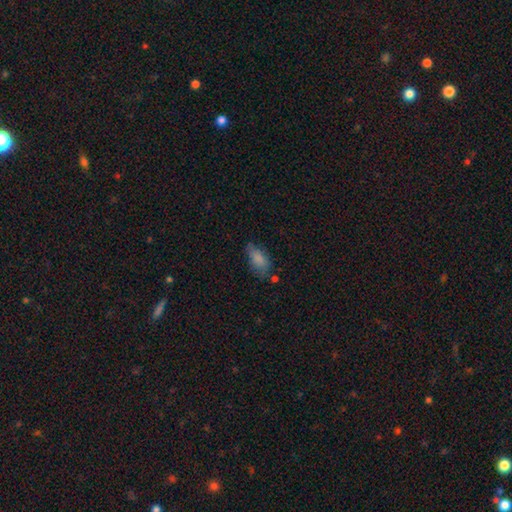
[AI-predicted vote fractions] Smooth or featured? Predicted: smooth (p=0.74). How rounded? Predicted: in between (p=0.83). Merging? Predicted: none (p=0.64).